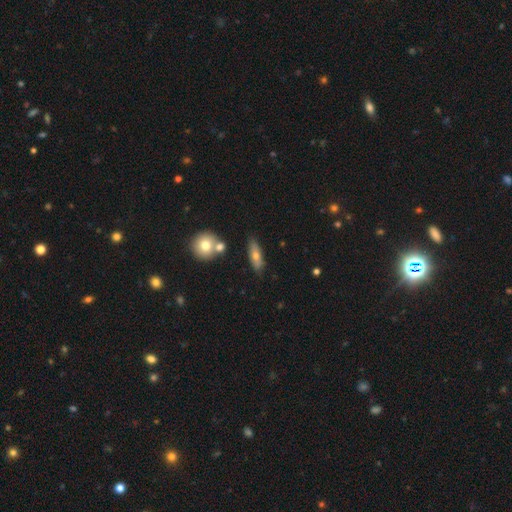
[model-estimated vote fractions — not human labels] Smooth or featured? Predicted: smooth (p=0.62). How rounded? Predicted: in between (p=0.52). Merging? Predicted: none (p=0.76).